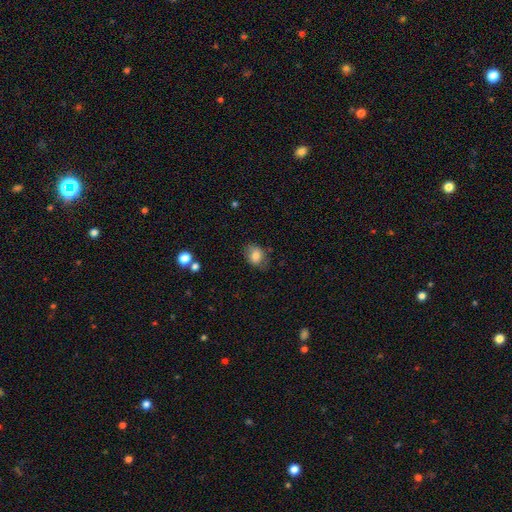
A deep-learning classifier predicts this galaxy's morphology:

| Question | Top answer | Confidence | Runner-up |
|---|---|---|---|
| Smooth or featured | smooth | 79% | featured or disk (13%) |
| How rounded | in between | 67% | round (32%) |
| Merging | none | 72% | minor disturbance (20%) |